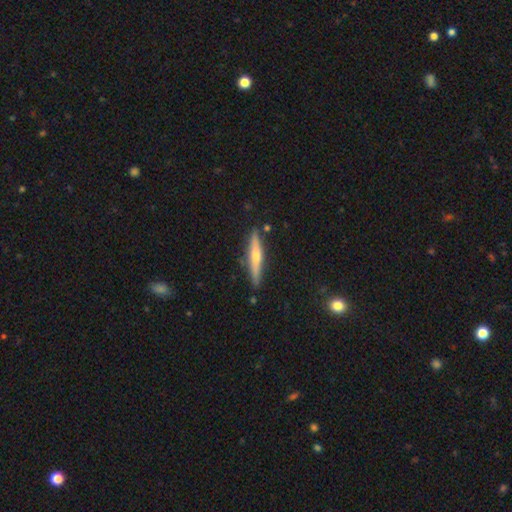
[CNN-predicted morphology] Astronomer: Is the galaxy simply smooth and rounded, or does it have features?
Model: featured or disk — 63%.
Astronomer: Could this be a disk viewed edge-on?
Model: yes — 96%.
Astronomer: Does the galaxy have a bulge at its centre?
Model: rounded — 84%.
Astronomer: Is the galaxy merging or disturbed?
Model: none — 86%.